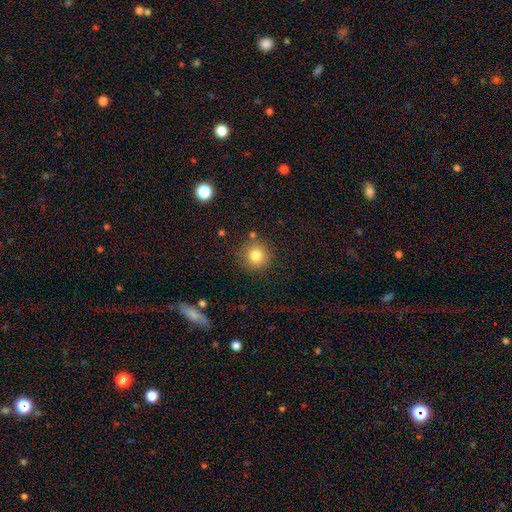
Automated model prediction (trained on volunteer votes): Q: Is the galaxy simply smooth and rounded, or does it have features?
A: smooth — 81%.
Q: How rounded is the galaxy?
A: round — 93%.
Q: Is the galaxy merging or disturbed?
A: none — 84%.